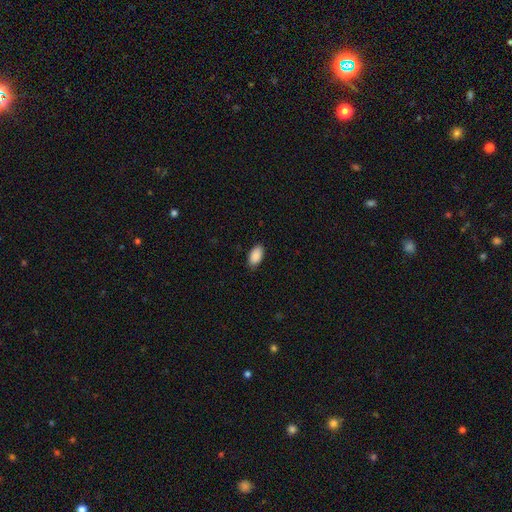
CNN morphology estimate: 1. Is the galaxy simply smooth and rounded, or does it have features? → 90% smooth, 6% star or artifact, 3% featured or disk.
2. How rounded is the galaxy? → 95% in between, 3% round, 2% cigar-shaped.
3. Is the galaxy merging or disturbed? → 86% none, 11% minor disturbance, 2% major disturbance, 1% merger.